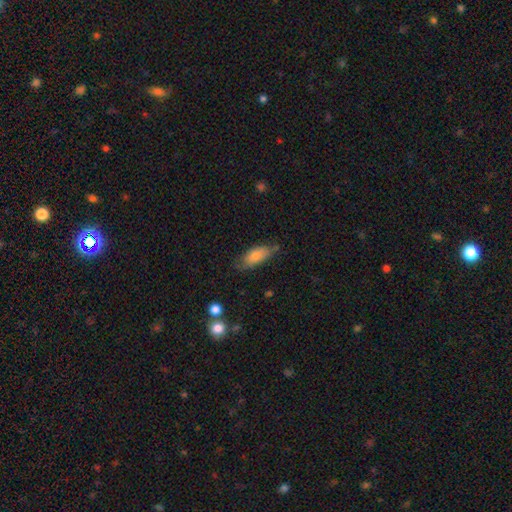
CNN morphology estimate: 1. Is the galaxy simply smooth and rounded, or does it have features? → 76% smooth, 16% featured or disk, 7% star or artifact.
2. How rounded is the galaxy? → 81% in between, 17% cigar-shaped, 3% round.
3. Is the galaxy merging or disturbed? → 64% none, 27% minor disturbance, 6% major disturbance, 3% merger.